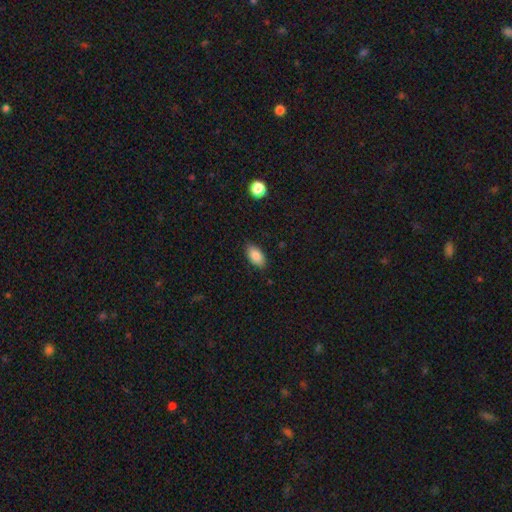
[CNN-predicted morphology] A smooth galaxy with no disk features (88%) that is in between round and cigar-shaped (92%). Merging: none (84%).